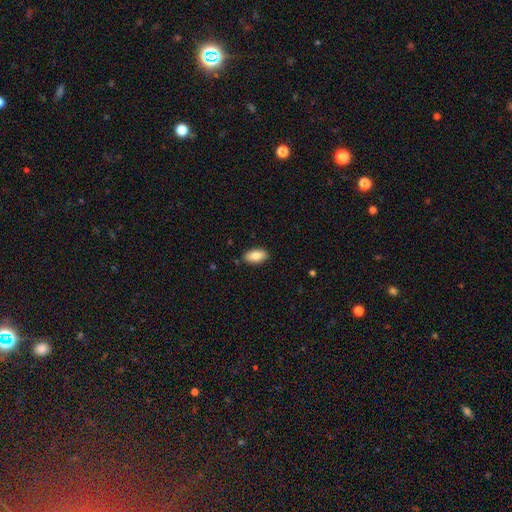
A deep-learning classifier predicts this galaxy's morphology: This is clearly a smooth galaxy (85%). How rounded: clearly in between (92%). Merging: clearly none (88%).